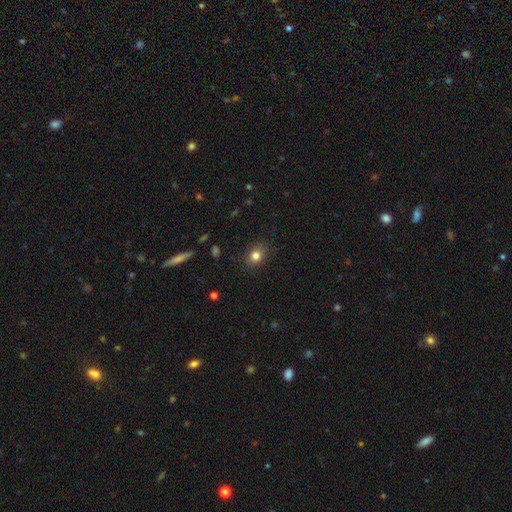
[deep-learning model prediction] A smooth galaxy with no disk features (81%) that is in between round and cigar-shaped (49%, tied with round).

Vote fractions:
- Smooth or featured? smooth: 81% / star or artifact: 12% / featured or disk: 8%
- How rounded? in between: 49% (tied) / round: 49% (tied) / cigar-shaped: 1%
- Merging? none: 85% / minor disturbance: 11% / major disturbance: 3% / merger: 1%